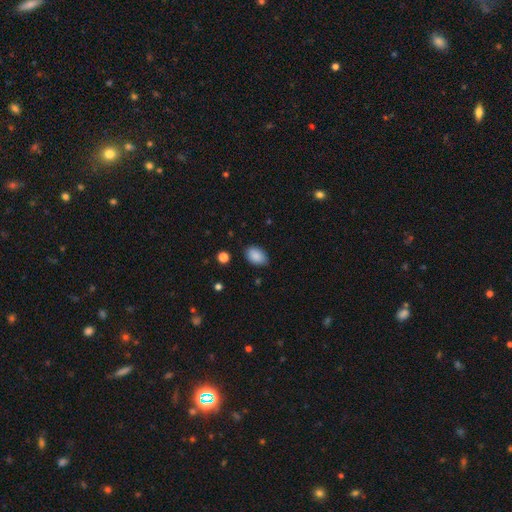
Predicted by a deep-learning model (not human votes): The model was most divided on "merging": none: 82%, minor disturbance: 14%, major disturbance: 3%, merger: 1%. More confident: smooth or featured — smooth (88%); how rounded — in between (88%).